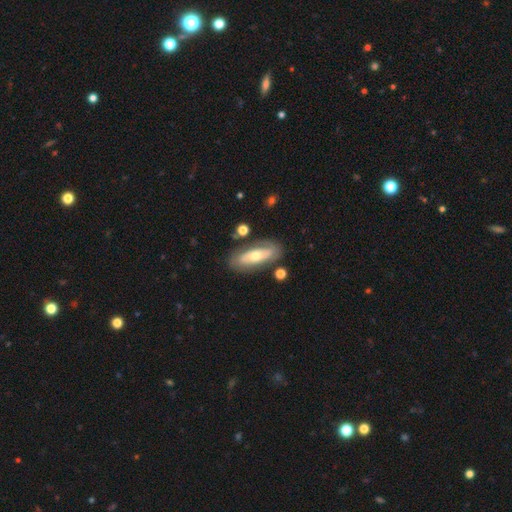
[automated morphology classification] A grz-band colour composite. It shows a featured or disk galaxy (58%). Merging: none (78%).